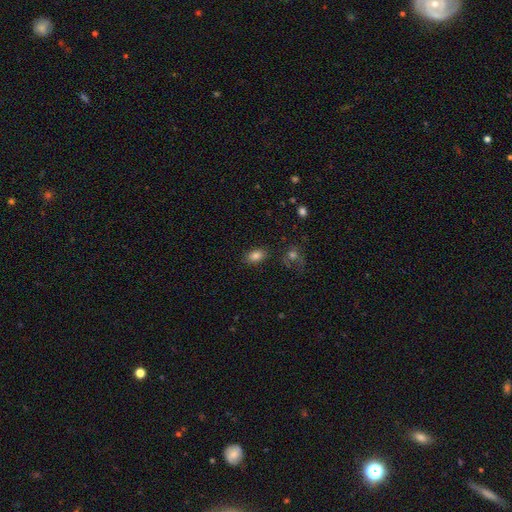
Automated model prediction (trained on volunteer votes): A smooth galaxy with no disk features (83%) that is in between round and cigar-shaped (86%). Merging: none (83%).